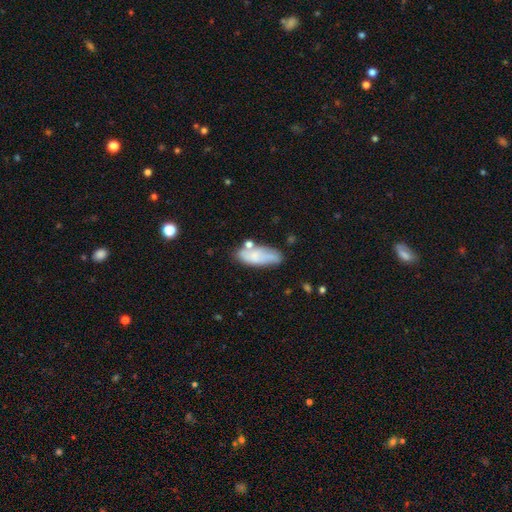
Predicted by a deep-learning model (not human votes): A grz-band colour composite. It shows a smooth galaxy with no disk features (61%) that is in between round and cigar-shaped (75%). Merging: none (54%).